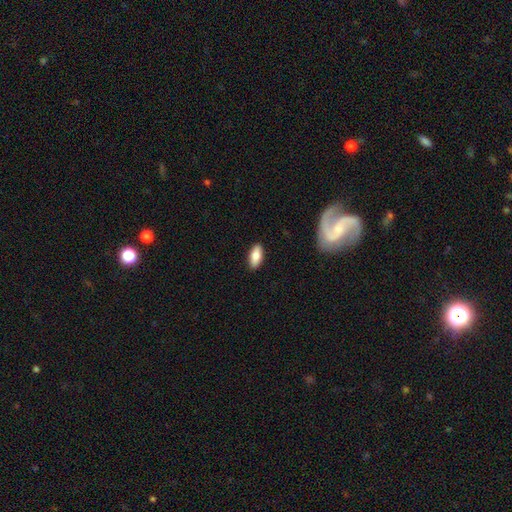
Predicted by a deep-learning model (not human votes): smooth-or-featured: smooth: 82% | featured or disk: 12% | star or artifact: 6%
  how-rounded: in between: 84% | cigar-shaped: 14% | round: 2%
  merging: none: 89% | minor disturbance: 8% | major disturbance: 2% | merger: 1%